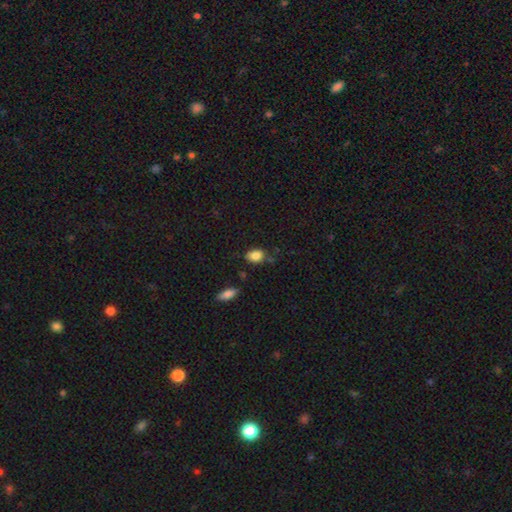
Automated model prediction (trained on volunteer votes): A smooth galaxy with no disk features (85%) that is in between round and cigar-shaped (71%). Merging: none (70%).